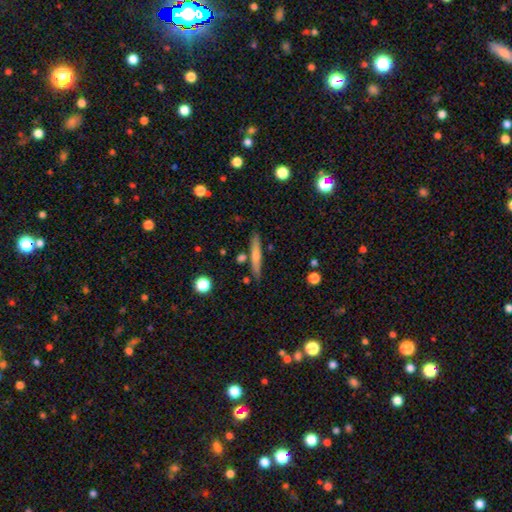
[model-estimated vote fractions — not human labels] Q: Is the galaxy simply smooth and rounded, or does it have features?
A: smooth — 53%.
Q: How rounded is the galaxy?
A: cigar-shaped — 92%.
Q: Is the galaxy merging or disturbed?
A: none — 83%.